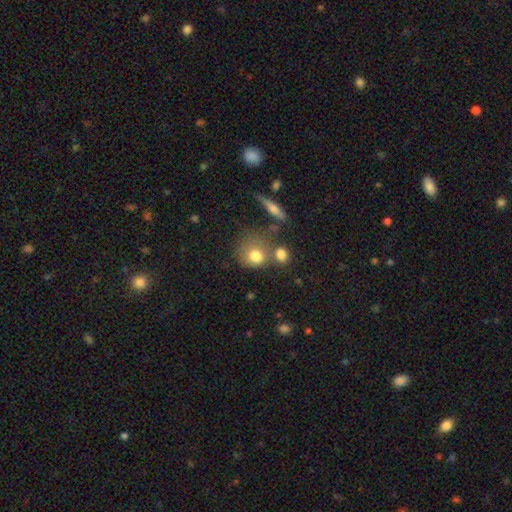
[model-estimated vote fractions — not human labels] Overall: smooth (76%). How rounded: round (76%). Merging: none (46%; merger 29%).